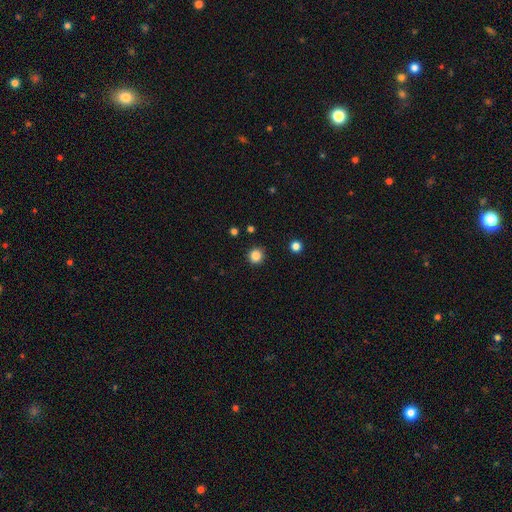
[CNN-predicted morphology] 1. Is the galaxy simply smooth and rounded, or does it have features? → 85% smooth, 12% star or artifact, 4% featured or disk.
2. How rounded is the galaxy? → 95% round, 4% in between, 1% cigar-shaped.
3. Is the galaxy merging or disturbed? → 92% none, 5% minor disturbance, 2% major disturbance, 1% merger.